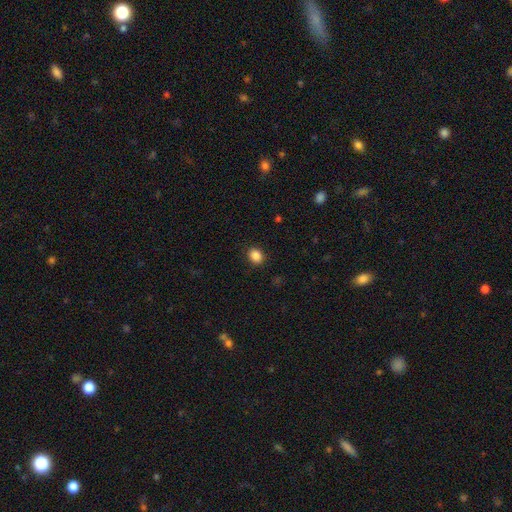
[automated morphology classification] Smooth or featured: smooth — 87% (star or artifact — 10%)
How rounded: round — 52% (in between — 47%)
Merging: none — 89% (minor disturbance — 7%)